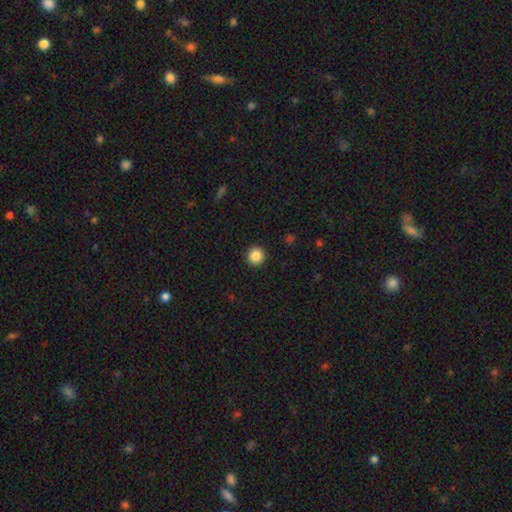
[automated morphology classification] Overall: smooth (86%). How rounded: round (96%). Merging: none (93%).